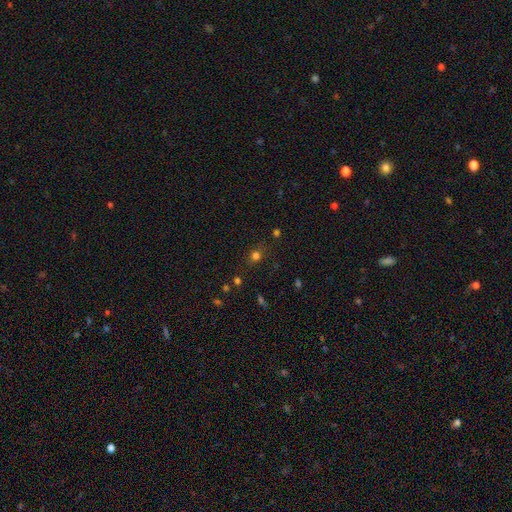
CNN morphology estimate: Overall: smooth (69%). How rounded: round (71%). Merging: none (77%).